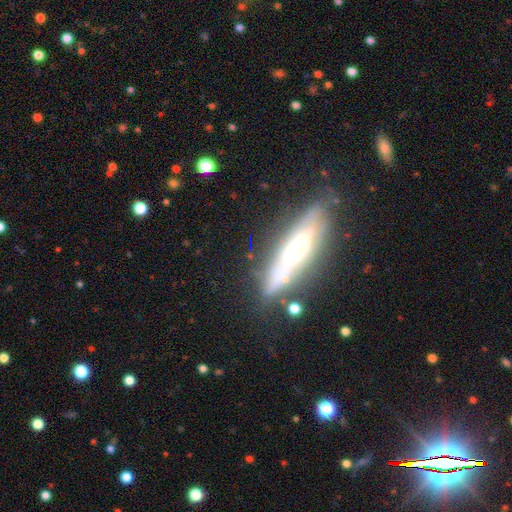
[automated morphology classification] Overall: featured or disk (57%; smooth 33%). Edge-on disk: yes (64%; no 36%). Merging: none (71%).